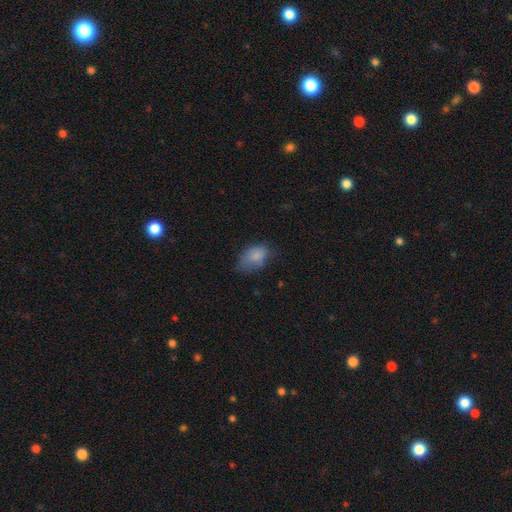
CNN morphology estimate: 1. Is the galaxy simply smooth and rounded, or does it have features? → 81% smooth, 10% star or artifact, 9% featured or disk.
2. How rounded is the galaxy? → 85% in between, 13% round, 1% cigar-shaped.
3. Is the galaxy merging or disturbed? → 50% none, 34% minor disturbance, 14% major disturbance, 2% merger.